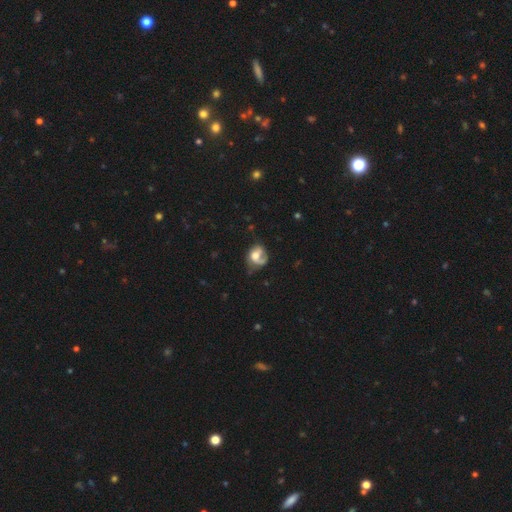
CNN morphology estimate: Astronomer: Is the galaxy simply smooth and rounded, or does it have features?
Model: featured or disk — 47% (runner-up: smooth, 44%).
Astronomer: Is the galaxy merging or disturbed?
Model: major disturbance — 32%, tied with none at 32%.